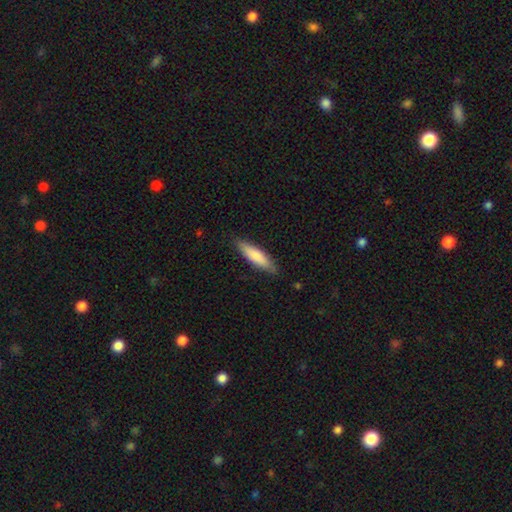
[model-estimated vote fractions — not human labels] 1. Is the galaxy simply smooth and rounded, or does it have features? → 80% smooth, 15% featured or disk, 5% star or artifact.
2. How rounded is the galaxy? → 71% cigar-shaped, 28% in between, 1% round.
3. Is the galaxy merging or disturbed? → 85% none, 12% minor disturbance, 2% major disturbance, 1% merger.